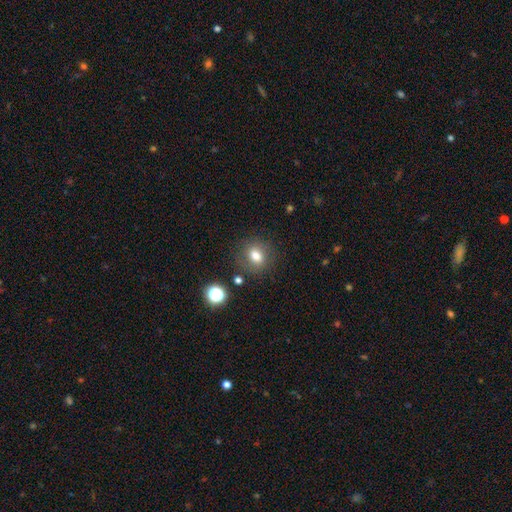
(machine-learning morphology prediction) smooth_or_featured: smooth (p=0.76) [alt: star or artifact p=0.13]
how_rounded: round (p=0.64) [alt: in between p=0.35]
merging: none (p=0.80) [alt: minor disturbance p=0.12]